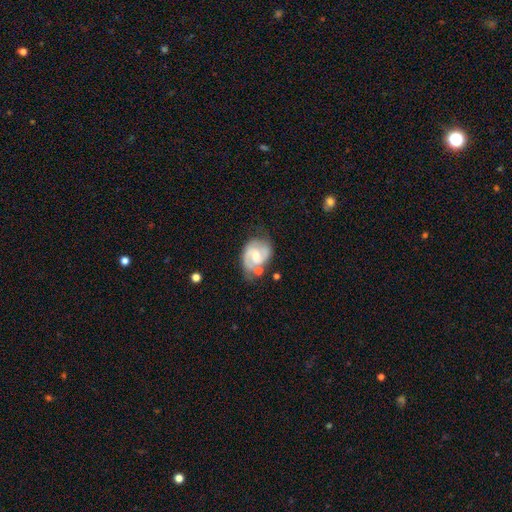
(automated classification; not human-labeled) Smooth or featured? featured or disk (79%)
Edge-on disk? no (98%)
Bar? weak (51%)
Spiral arms? yes (93%)
Spiral winding? medium (50%)
Spiral arm count? 2 (84%)
Bulge size? moderate (52%)
Merging? none (56%)